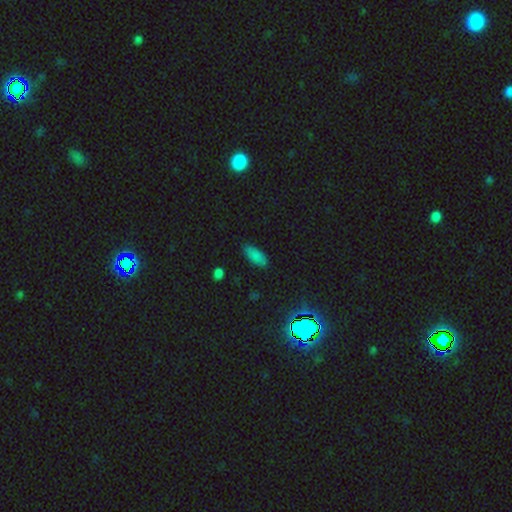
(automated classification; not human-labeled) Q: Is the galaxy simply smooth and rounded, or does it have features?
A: smooth — 79%.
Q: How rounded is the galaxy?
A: in between — 83%.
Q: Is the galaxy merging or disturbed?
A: none — 84%.